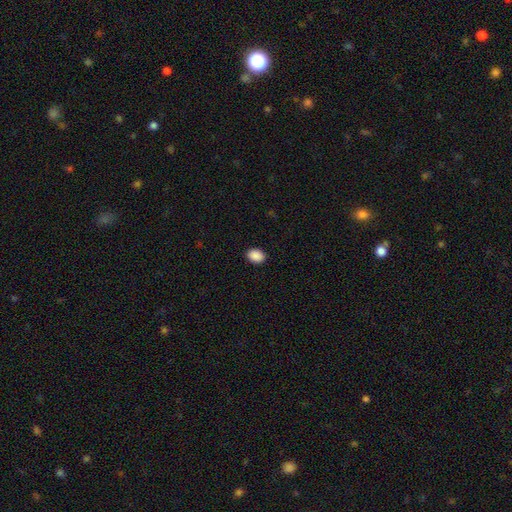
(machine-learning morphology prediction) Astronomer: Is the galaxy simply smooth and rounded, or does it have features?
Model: smooth — 90%.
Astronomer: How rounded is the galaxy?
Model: in between — 73%.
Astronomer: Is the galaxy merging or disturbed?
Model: none — 90%.